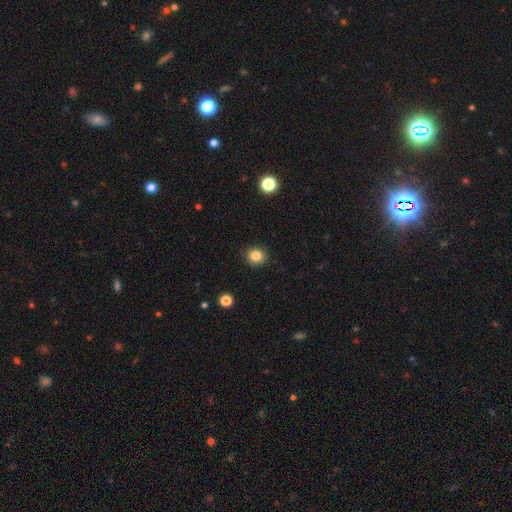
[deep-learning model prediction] A smooth galaxy with no disk features (84%) that is round (85%).

Vote fractions:
- Smooth or featured? smooth: 84% / star or artifact: 11% / featured or disk: 5%
- How rounded? round: 85% / in between: 14% / cigar-shaped: 1%
- Merging? none: 91% / minor disturbance: 6% / major disturbance: 2% / merger: 1%